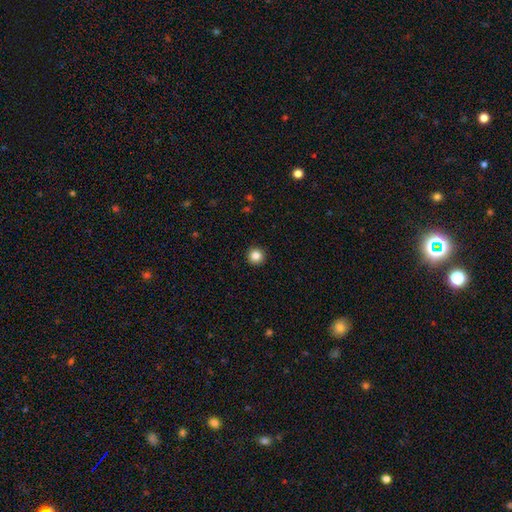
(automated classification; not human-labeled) This is clearly a smooth galaxy (84%). How rounded: clearly round (96%). Merging: clearly none (93%).